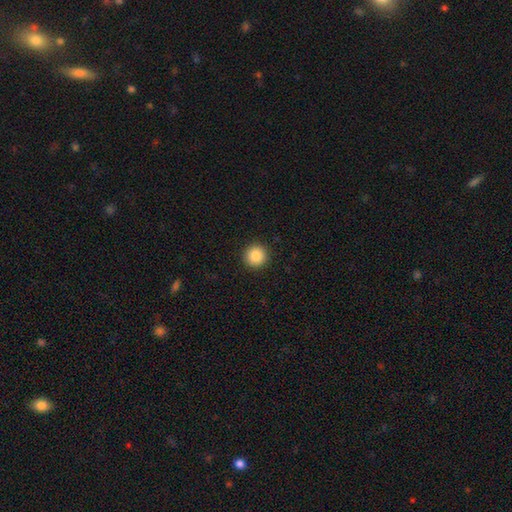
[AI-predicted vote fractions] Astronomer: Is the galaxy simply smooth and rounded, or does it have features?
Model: smooth — 87%.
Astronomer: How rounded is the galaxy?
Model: round — 95%.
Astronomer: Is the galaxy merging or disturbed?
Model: none — 93%.